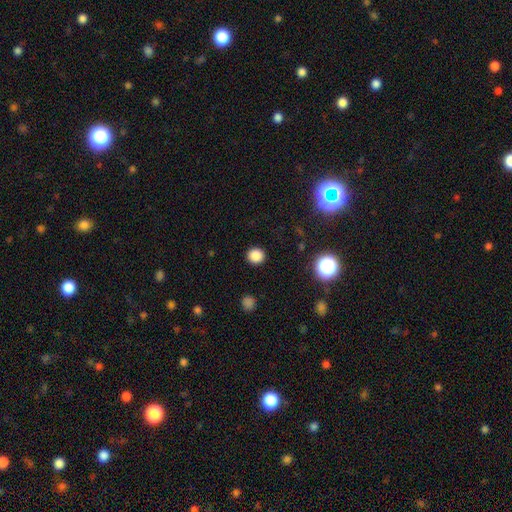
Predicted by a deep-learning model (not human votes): A smooth galaxy with no disk features (84%) that is round (90%). Merging: none (92%).